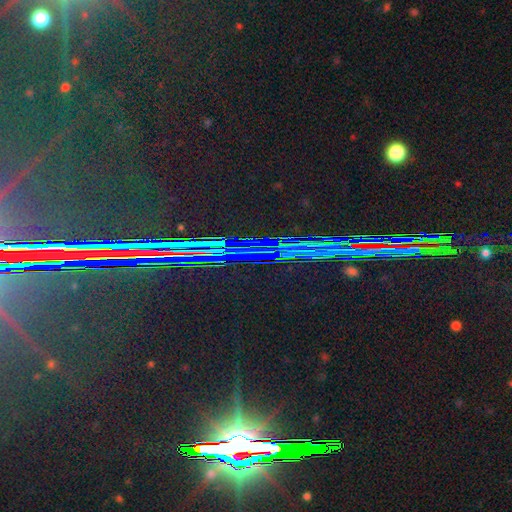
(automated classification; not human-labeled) Overall: star or artifact (81%).